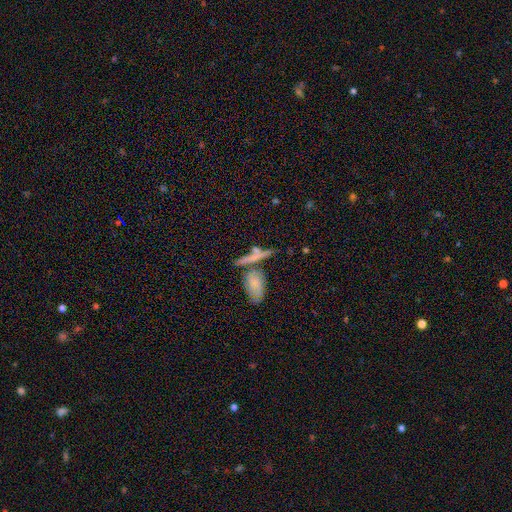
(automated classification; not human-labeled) smooth 51%, featured or disk 37%, star or artifact 12%. Down the decision tree: how rounded — cigar-shaped (64%); merging — none (49%).